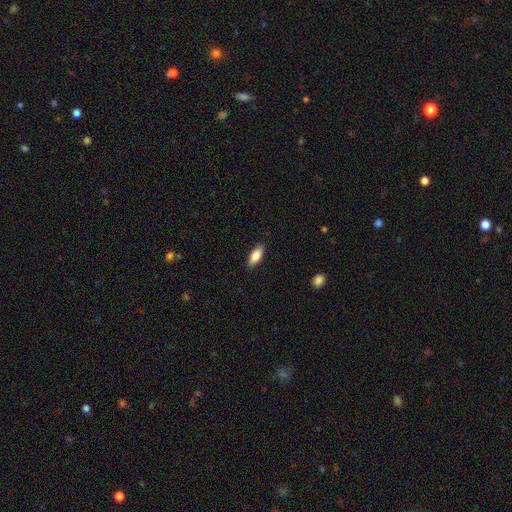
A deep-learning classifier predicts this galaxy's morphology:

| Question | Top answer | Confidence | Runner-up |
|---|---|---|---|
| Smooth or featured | smooth | 84% | featured or disk (10%) |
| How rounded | in between | 80% | cigar-shaped (18%) |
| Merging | none | 88% | minor disturbance (9%) |